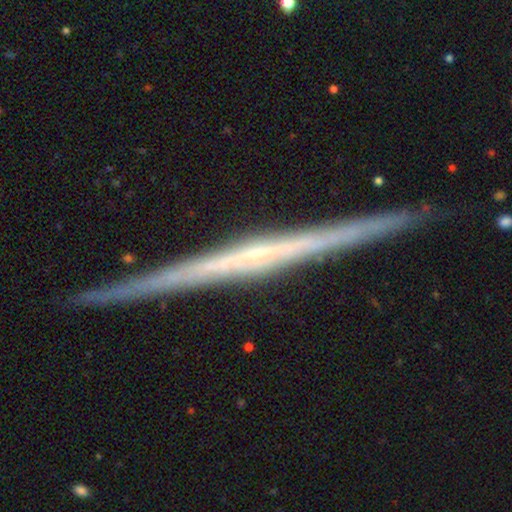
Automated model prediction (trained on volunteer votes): The model was most divided on "edge-on bulge": none: 74%, rounded: 18%, boxy: 7%. More confident: edge-on disk — yes (98%); merging — none (91%); smooth or featured — featured or disk (81%).